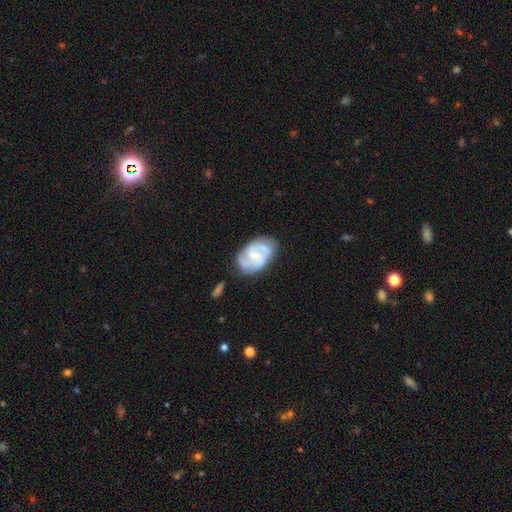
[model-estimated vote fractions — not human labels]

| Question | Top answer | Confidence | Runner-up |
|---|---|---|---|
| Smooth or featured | featured or disk | 78% | smooth (17%) |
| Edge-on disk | no | 97% | yes (3%) |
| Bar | weak | 50% | no (35%) |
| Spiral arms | yes | 92% | no (8%) |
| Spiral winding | medium | 50% | tight (31%) |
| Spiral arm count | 2 | 67% | 3 (14%) |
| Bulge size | small | 55% | moderate (40%) |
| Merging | none | 65% | minor disturbance (24%) |